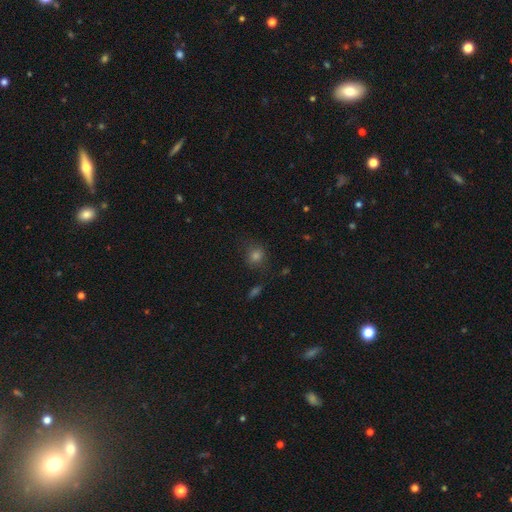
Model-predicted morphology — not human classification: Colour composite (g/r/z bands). It shows a smooth galaxy with no disk features (69%) that is round (75%). Merging: none (73%).